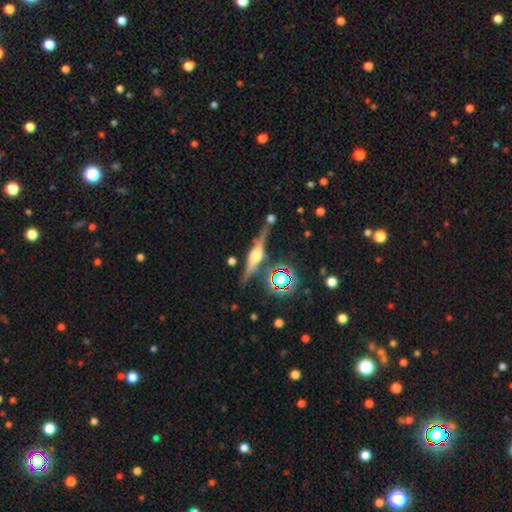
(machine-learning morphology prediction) Overall: featured or disk (74%). Edge-on disk: yes (95%). Edge-on bulge: rounded (88%). Merging: none (76%).